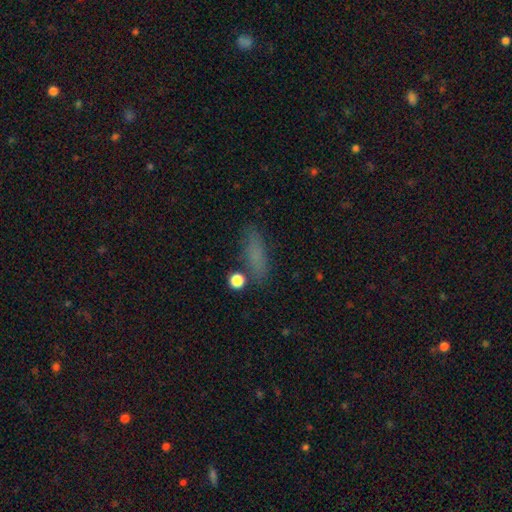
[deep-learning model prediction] A smooth galaxy with no disk features (74%) that is cigar-shaped (49%).

Vote fractions:
- Smooth or featured? smooth: 74% / star or artifact: 16% / featured or disk: 10%
- How rounded? cigar-shaped: 49% / in between: 46% / round: 5%
- Merging? none: 78% / minor disturbance: 13% / major disturbance: 5% / merger: 4%